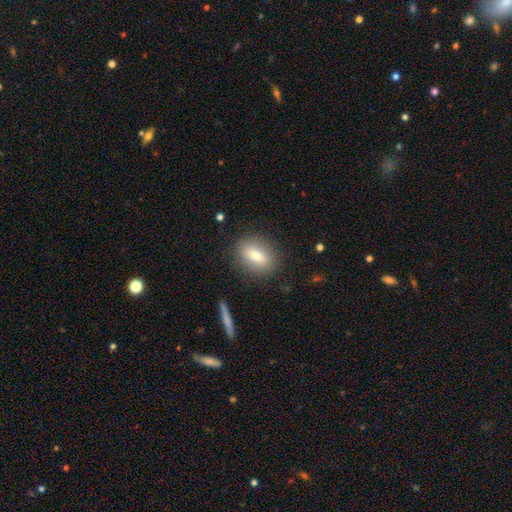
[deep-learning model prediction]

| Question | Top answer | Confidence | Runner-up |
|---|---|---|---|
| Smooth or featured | smooth | 75% | featured or disk (16%) |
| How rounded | in between | 71% | round (23%) |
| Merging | none | 86% | minor disturbance (10%) |